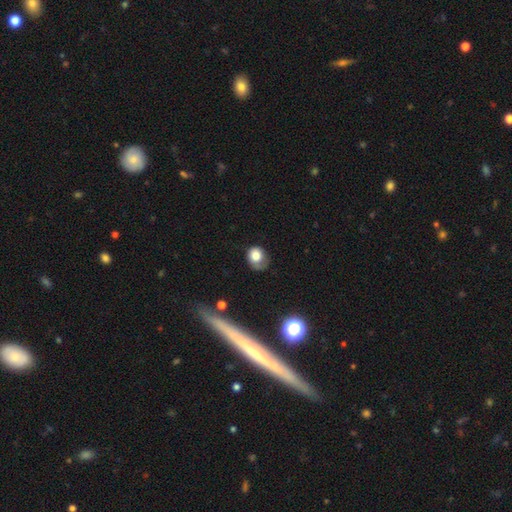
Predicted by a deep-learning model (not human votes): Smooth or featured? Predicted: smooth (p=0.75). How rounded? Predicted: round (p=0.68). Merging? Predicted: none (p=0.45).